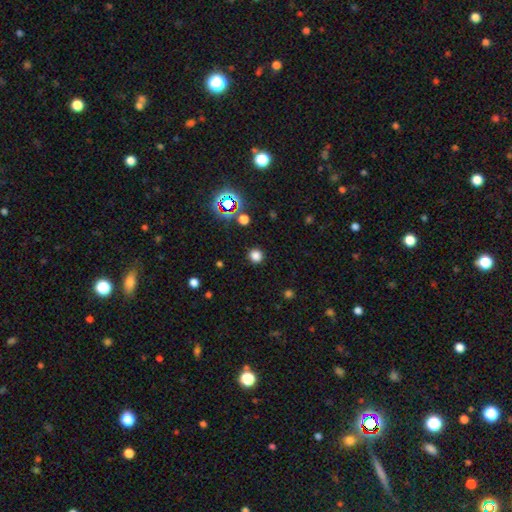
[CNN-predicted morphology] Smooth or featured? smooth (77%)
How rounded? round (93%)
Merging? none (90%)